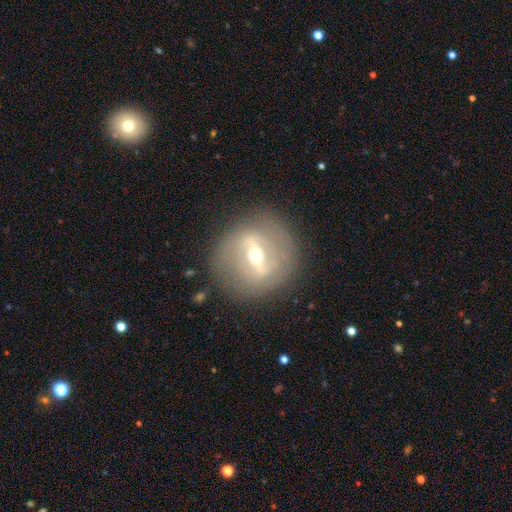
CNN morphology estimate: A featured or disk galaxy (78%) with a strong bar (68%), no spiral arms (56%) and a moderate central bulge (50%). Merging: none (84%).